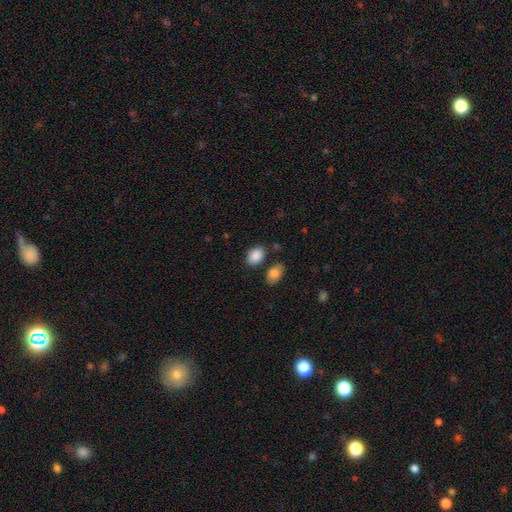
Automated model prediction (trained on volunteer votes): Smooth or featured: smooth — 88% (star or artifact — 8%)
How rounded: in between — 72% (round — 27%)
Merging: none — 75% (minor disturbance — 13%)